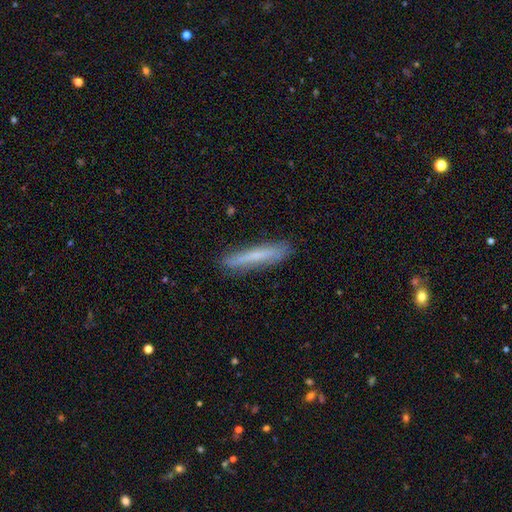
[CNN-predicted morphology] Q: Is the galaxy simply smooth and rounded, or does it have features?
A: smooth — 61%.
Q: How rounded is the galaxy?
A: cigar-shaped — 94%.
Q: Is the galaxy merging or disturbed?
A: none — 85%.